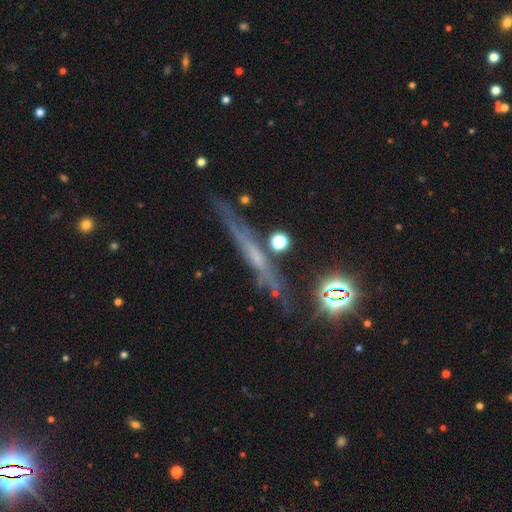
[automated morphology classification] Smooth or featured? featured or disk (54%)
Edge-on disk? yes (89%)
Merging? none (76%)